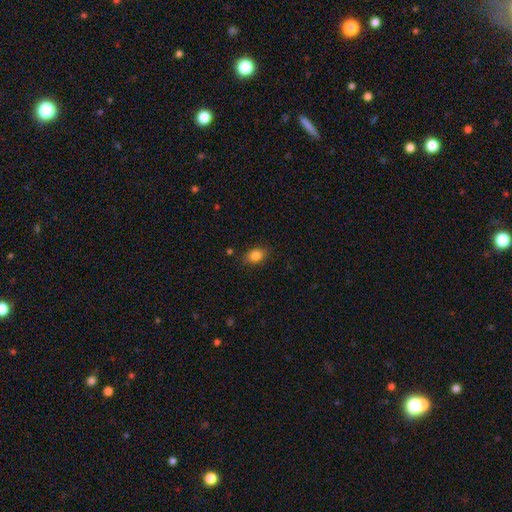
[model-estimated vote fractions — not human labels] smooth_or_featured: smooth (p=0.84) [alt: star or artifact p=0.09]
how_rounded: in between (p=0.76) [alt: round p=0.22]
merging: none (p=0.84) [alt: minor disturbance p=0.12]